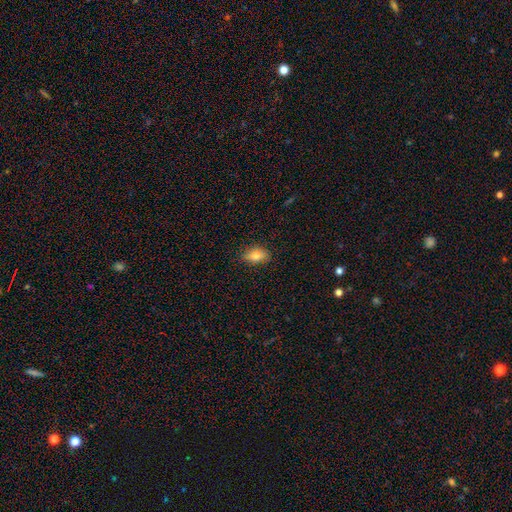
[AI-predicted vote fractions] smooth_or_featured: smooth (p=0.81) [alt: featured or disk p=0.11]
how_rounded: in between (p=0.86) [alt: round p=0.09]
merging: none (p=0.82) [alt: minor disturbance p=0.14]